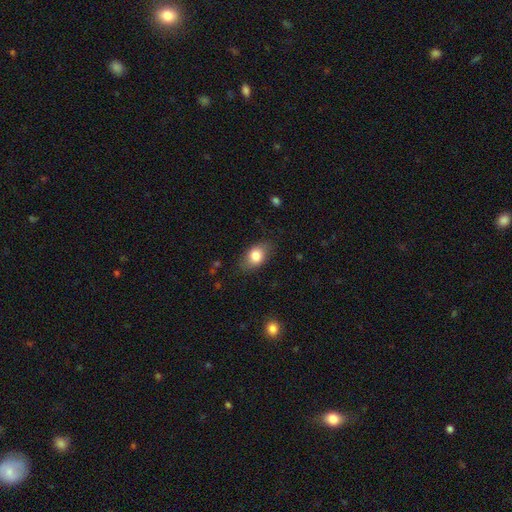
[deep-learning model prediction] smooth-or-featured: smooth: 81% | featured or disk: 11% | star or artifact: 8%
  how-rounded: in between: 82% | round: 16% | cigar-shaped: 2%
  merging: none: 81% | minor disturbance: 14% | major disturbance: 4% | merger: 1%